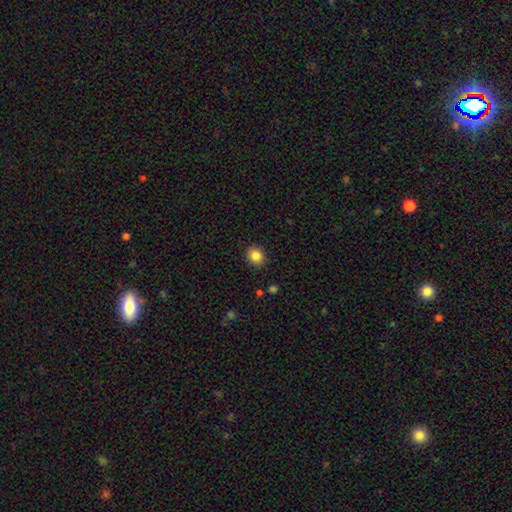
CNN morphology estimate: The model was most divided on "how rounded": round: 57%, in between: 43%, cigar-shaped: 1%. More confident: merging — none (89%); smooth or featured — smooth (86%).